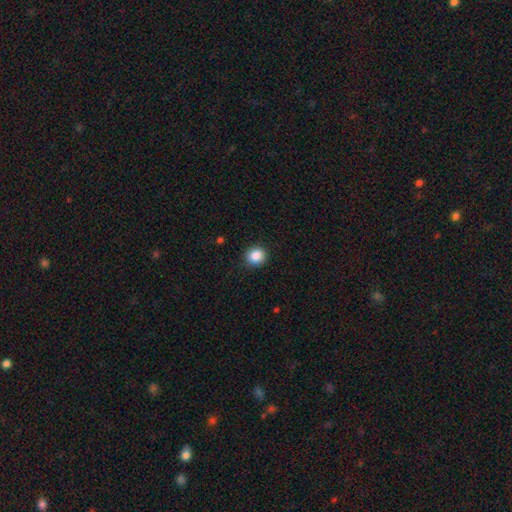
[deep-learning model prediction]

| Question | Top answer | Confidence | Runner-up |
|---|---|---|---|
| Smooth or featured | smooth | 87% | star or artifact (9%) |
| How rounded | round | 84% | in between (15%) |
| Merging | none | 90% | minor disturbance (7%) |